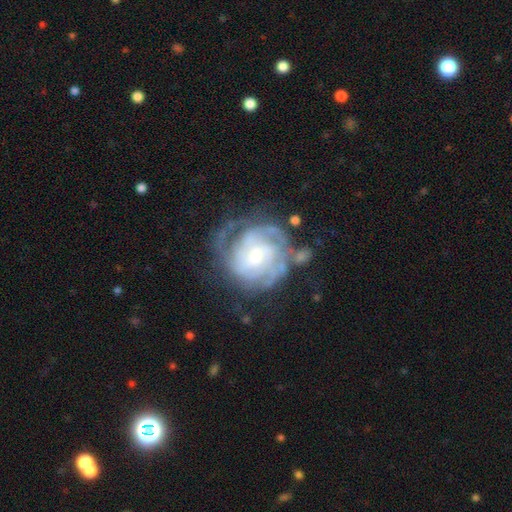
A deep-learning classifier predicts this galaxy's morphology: Smooth or featured: featured or disk — 84% (smooth — 10%)
Edge-on disk: no — 98% (yes — 2%)
Bar: no — 54% (weak — 38%)
Spiral arms: yes — 93% (no — 7%)
Spiral winding: tight — 61% (medium — 31%)
Spiral arm count: can't tell — 35% (3 — 22%)
Bulge size: moderate — 46% (small — 43%)
Merging: none — 57% (minor disturbance — 21%)